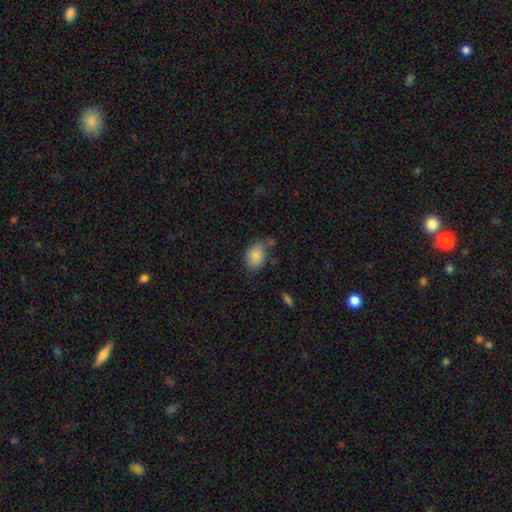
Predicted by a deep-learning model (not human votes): This is clearly a smooth galaxy (86%). How rounded: likely in between (79%). Merging: likely none (66%).